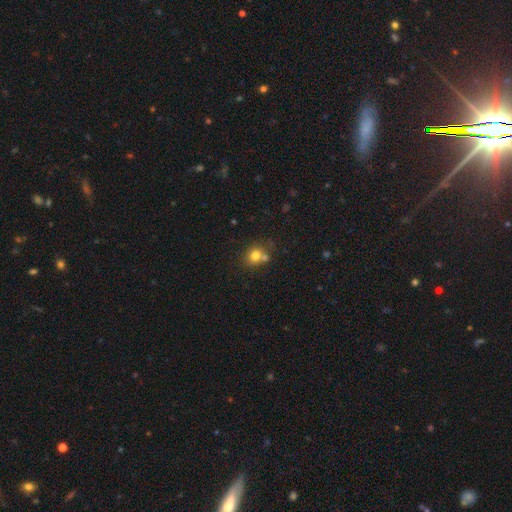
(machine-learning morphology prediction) Smooth or featured? Predicted: smooth (p=0.76). How rounded? Predicted: round (p=0.67). Merging? Predicted: none (p=0.55).